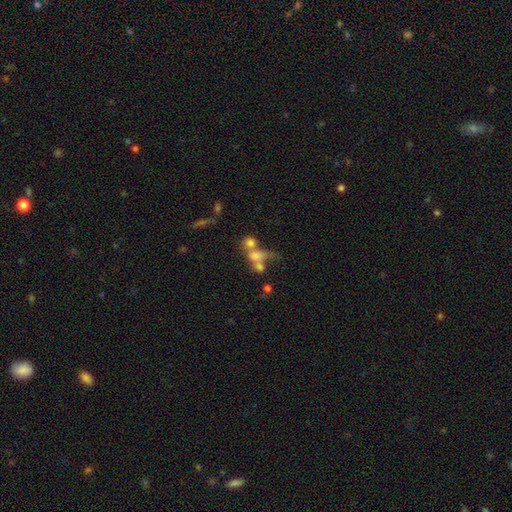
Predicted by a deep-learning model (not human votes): Overall: smooth (60%; featured or disk 24%). How rounded: round (50%; in between 45%). Merging: merger (56%; none 21%).